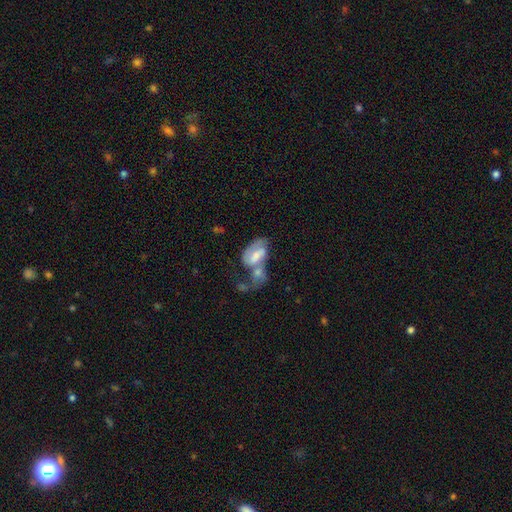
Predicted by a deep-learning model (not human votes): smooth-or-featured: featured or disk: 52% | smooth: 40% | star or artifact: 8%
  disk-edge-on: no: 96% | yes: 4%
  merging: merger: 56% | major disturbance: 19% | none: 15% | minor disturbance: 11%